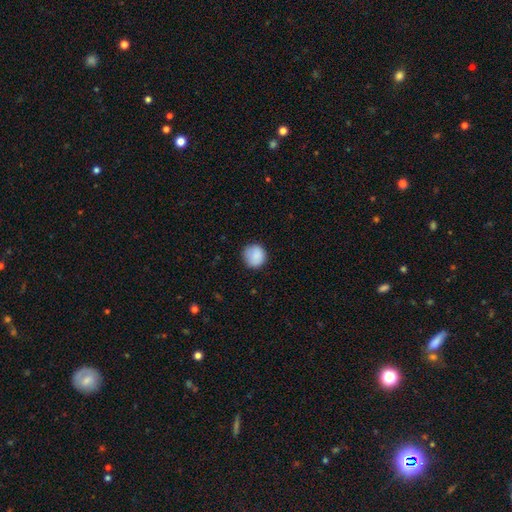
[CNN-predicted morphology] Smooth or featured? Predicted: smooth (p=0.88). How rounded? Predicted: round (p=0.91). Merging? Predicted: none (p=0.81).